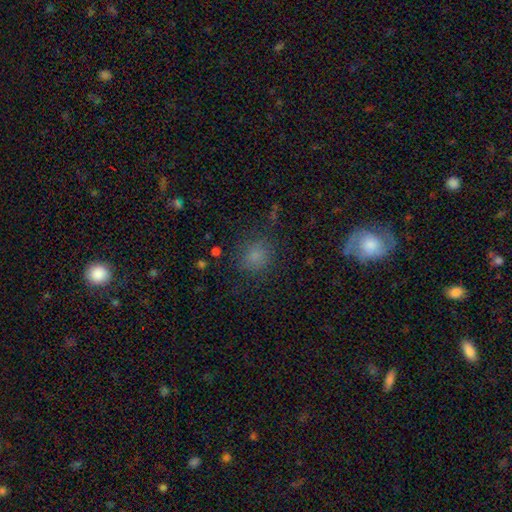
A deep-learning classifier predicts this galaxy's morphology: A smooth galaxy with no disk features (78%) that is round (79%). Merging: none (79%).